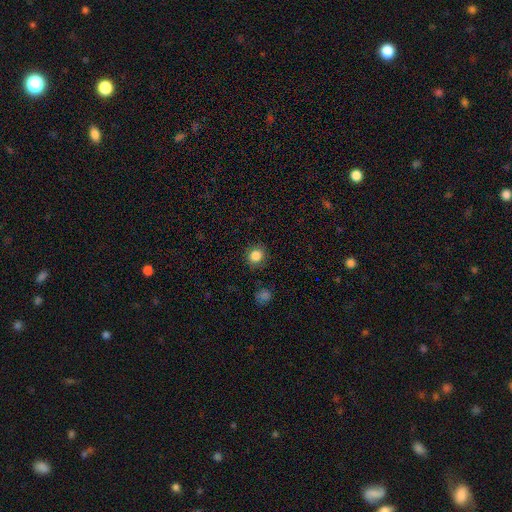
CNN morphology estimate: A smooth galaxy with no disk features (85%) that is round (87%). Merging: none (89%).